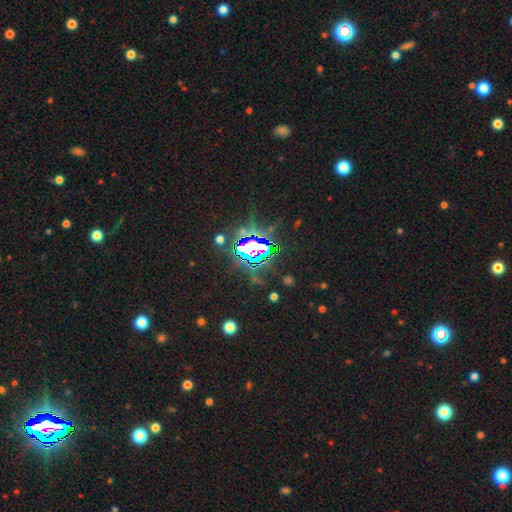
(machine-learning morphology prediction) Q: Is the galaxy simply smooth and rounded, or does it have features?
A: star or artifact — 82%.